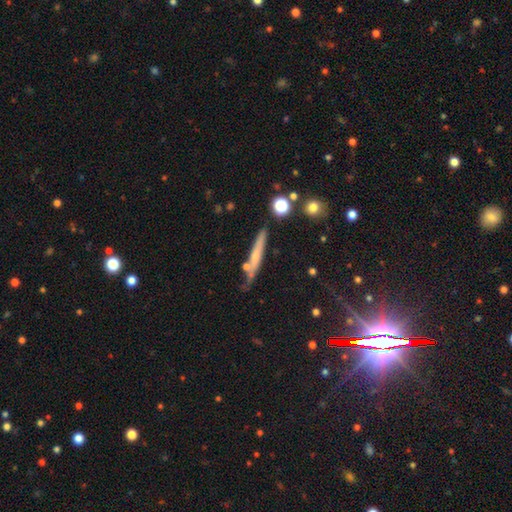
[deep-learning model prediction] smooth-or-featured: smooth: 51% | featured or disk: 40% | star or artifact: 8%
  how-rounded: cigar-shaped: 92% | in between: 5% | round: 2%
  merging: none: 69% | minor disturbance: 18% | merger: 9% | major disturbance: 4%